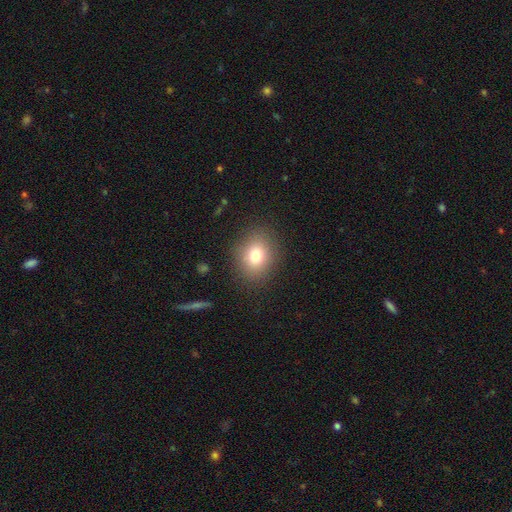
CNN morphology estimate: This is likely a smooth galaxy (77%). How rounded: possibly round (51%). Merging: clearly none (87%).